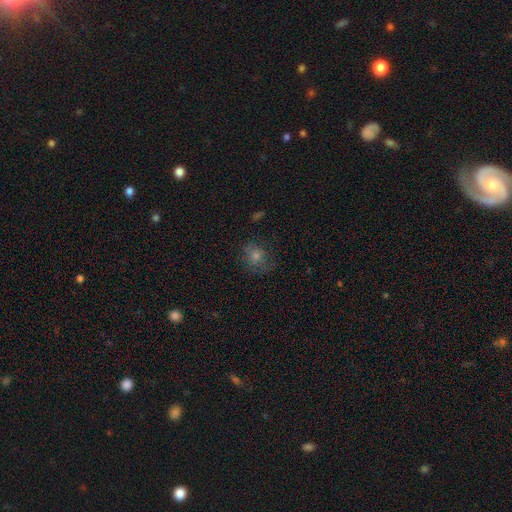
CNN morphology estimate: smooth_or_featured: smooth (p=0.57) [alt: star or artifact p=0.24]
how_rounded: round (p=0.71) [alt: in between p=0.27]
merging: none (p=0.72) [alt: minor disturbance p=0.18]